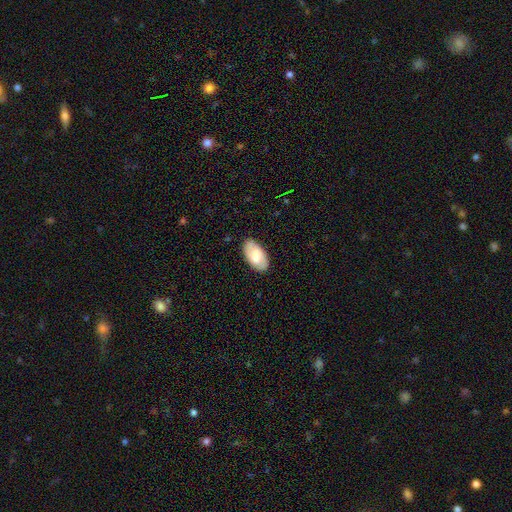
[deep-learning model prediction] Smooth or featured?
  - smooth: 64% *
  - featured or disk: 29%
  - star or artifact: 6%
How rounded?
  - in between: 95% *
  - round: 3%
  - cigar-shaped: 2%
Merging?
  - none: 85% *
  - minor disturbance: 11%
  - major disturbance: 2%
  - merger: 1%